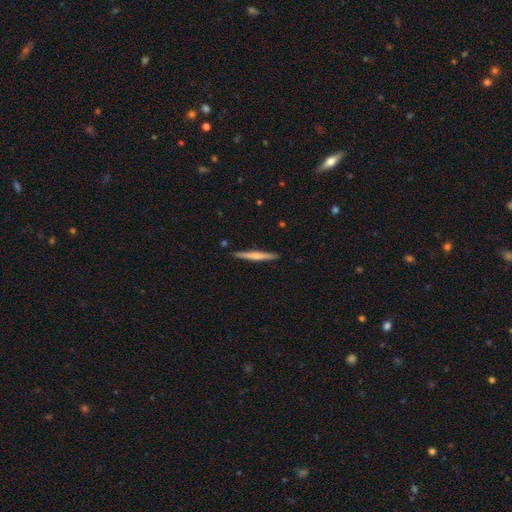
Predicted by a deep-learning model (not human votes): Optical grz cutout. It shows a smooth galaxy with no disk features (49%). Merging: none (90%).